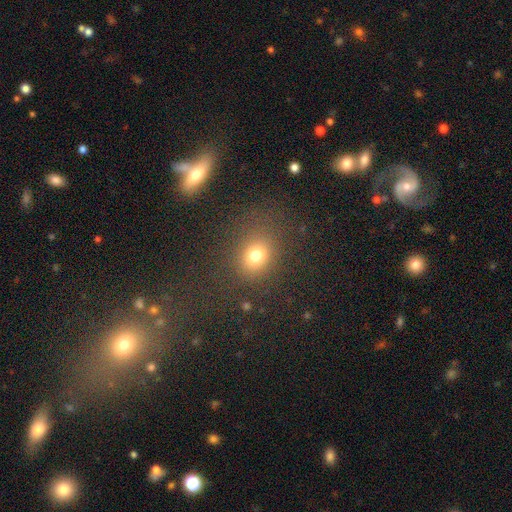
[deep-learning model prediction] Smooth or featured?
  - smooth: 75% *
  - star or artifact: 17%
  - featured or disk: 8%
How rounded?
  - round: 58% *
  - in between: 41%
  - cigar-shaped: 1%
Merging?
  - none: 81% *
  - minor disturbance: 10%
  - major disturbance: 7%
  - merger: 2%